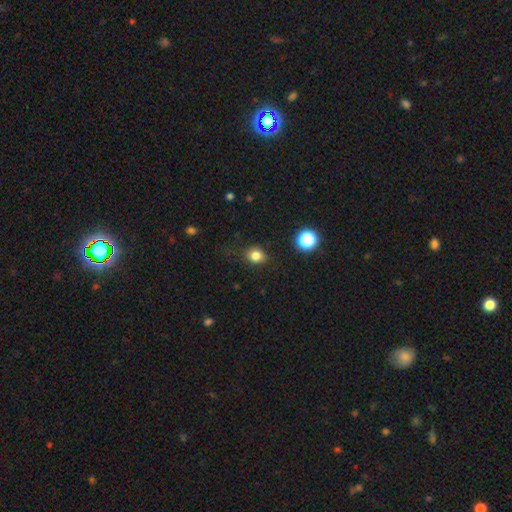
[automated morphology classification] A smooth galaxy with no disk features (81%) that is round (69%). Merging: none (81%).